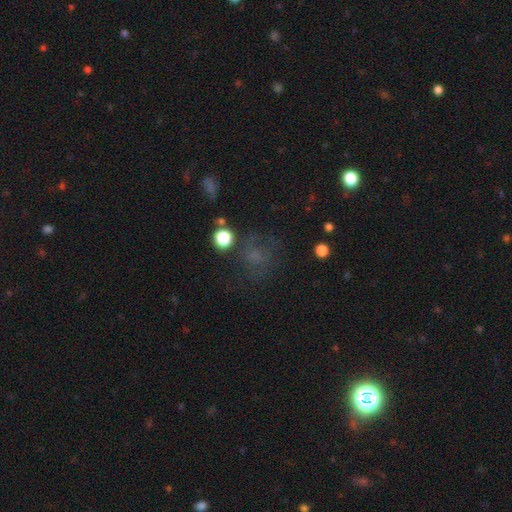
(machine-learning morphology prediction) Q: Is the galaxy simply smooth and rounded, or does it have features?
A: smooth — 51%.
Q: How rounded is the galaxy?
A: round — 72%.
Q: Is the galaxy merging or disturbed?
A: none — 57%.